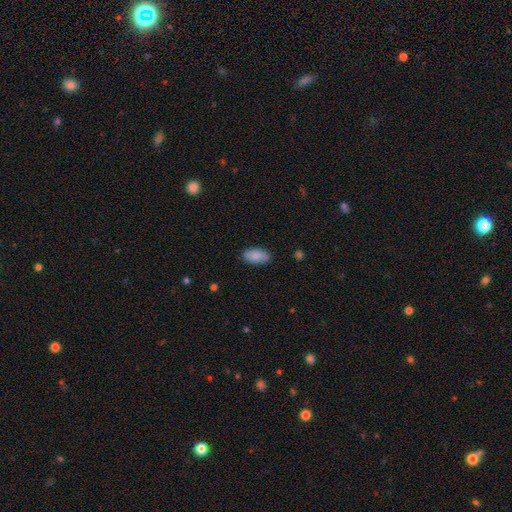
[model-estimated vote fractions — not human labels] Smooth or featured? Predicted: smooth (p=0.87). How rounded? Predicted: in between (p=0.93). Merging? Predicted: none (p=0.83).